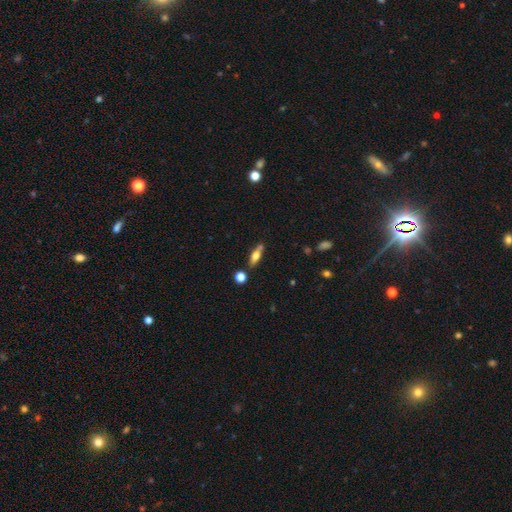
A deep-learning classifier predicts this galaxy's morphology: type=smooth (55%); roundness=in between (52%); merging=none (72%).